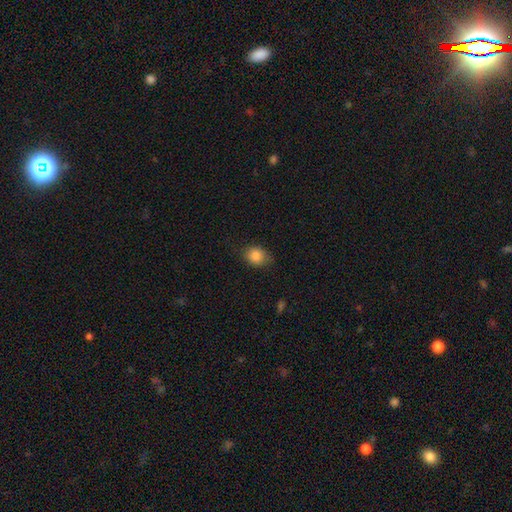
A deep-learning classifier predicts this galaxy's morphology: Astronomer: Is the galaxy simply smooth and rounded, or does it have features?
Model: smooth — 85%.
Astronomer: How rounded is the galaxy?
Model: round — 54% (runner-up: in between, 45%).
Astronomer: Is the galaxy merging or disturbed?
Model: none — 75%.